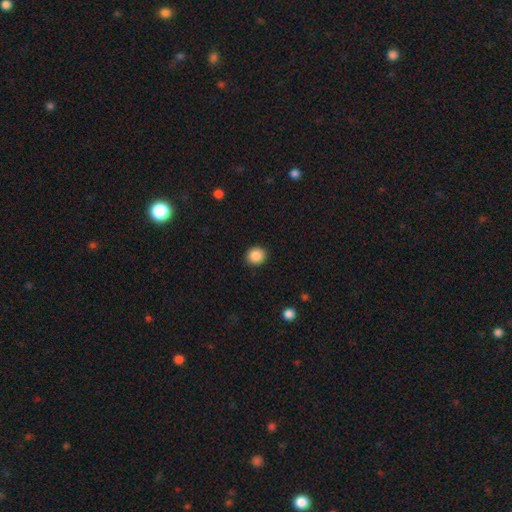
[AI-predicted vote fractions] smooth-or-featured: smooth: 88% | star or artifact: 9% | featured or disk: 3%
  how-rounded: round: 85% | in between: 14% | cigar-shaped: 1%
  merging: none: 92% | minor disturbance: 5% | major disturbance: 2% | merger: 1%